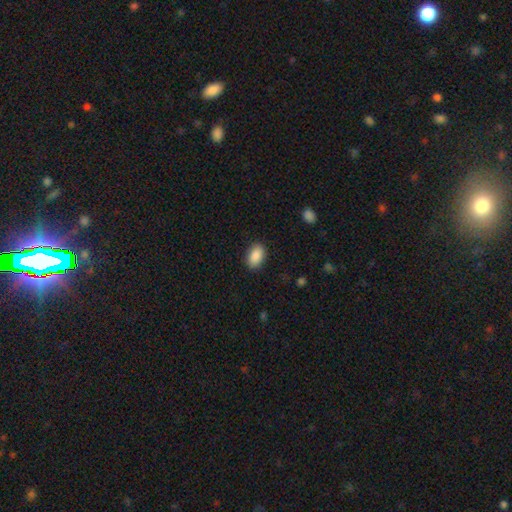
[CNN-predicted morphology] Smooth or featured? Predicted: smooth (p=0.90). How rounded? Predicted: in between (p=0.91). Merging? Predicted: none (p=0.88).